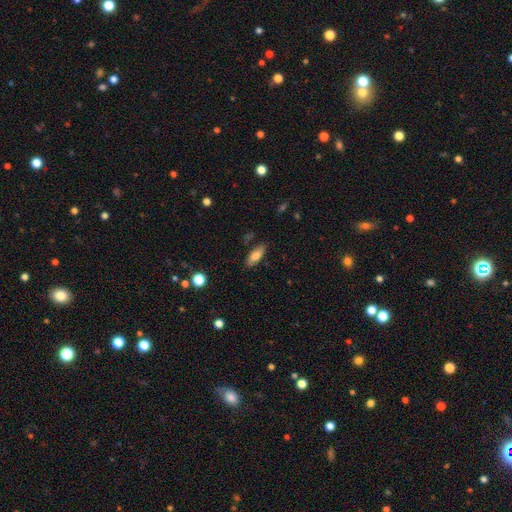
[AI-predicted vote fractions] smooth 73%, featured or disk 19%, star or artifact 7%. Down the decision tree: how rounded — in between (72%); merging — none (82%).